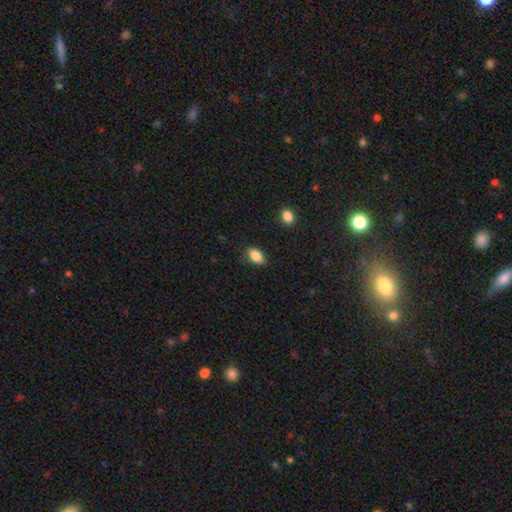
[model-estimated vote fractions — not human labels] This is clearly a smooth galaxy (87%). How rounded: clearly in between (90%). Merging: clearly none (81%).